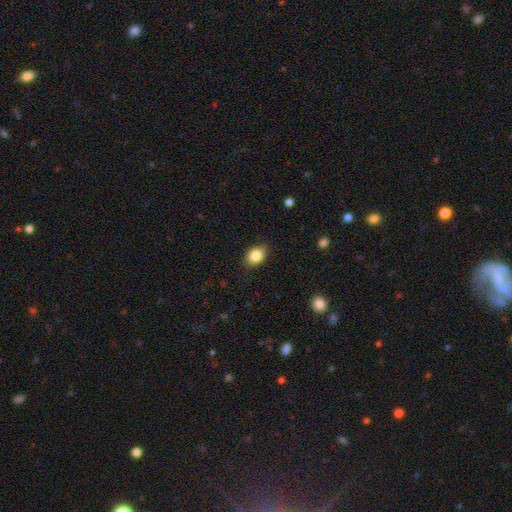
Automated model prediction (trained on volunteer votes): This appears to be a smooth galaxy with no disk features (85%) that is in between round and cigar-shaped (70%). Merging: none (85%).